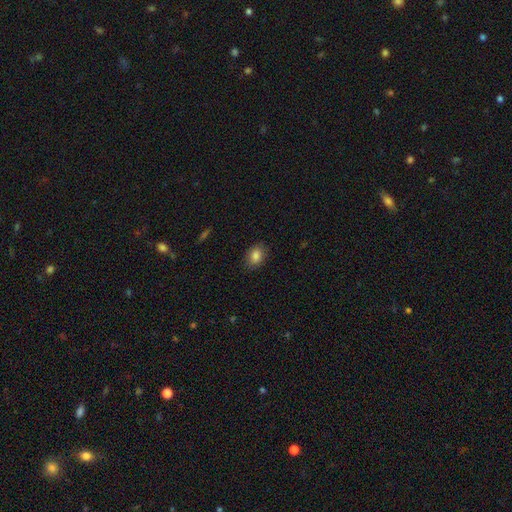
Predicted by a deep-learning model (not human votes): Overall: smooth (85%). How rounded: in between (73%). Merging: none (85%).